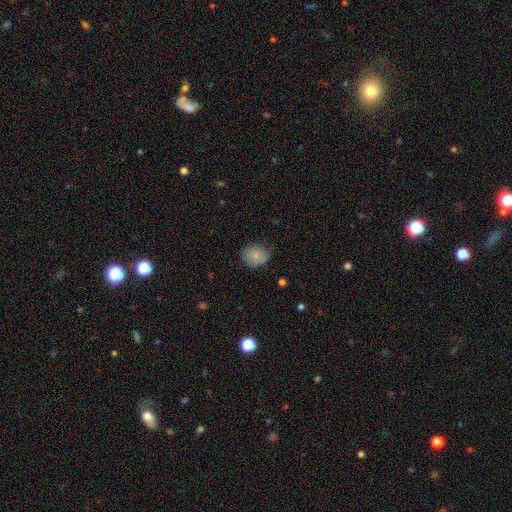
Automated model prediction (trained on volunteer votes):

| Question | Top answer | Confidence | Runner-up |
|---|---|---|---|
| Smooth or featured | smooth | 79% | featured or disk (13%) |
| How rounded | round | 64% | in between (35%) |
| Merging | none | 64% | minor disturbance (29%) |